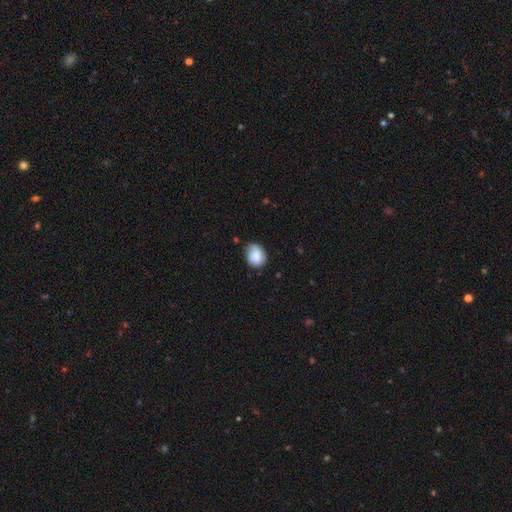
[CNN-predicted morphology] Smooth or featured? Predicted: smooth (p=0.85). How rounded? Predicted: in between (p=0.52). Merging? Predicted: none (p=0.63).